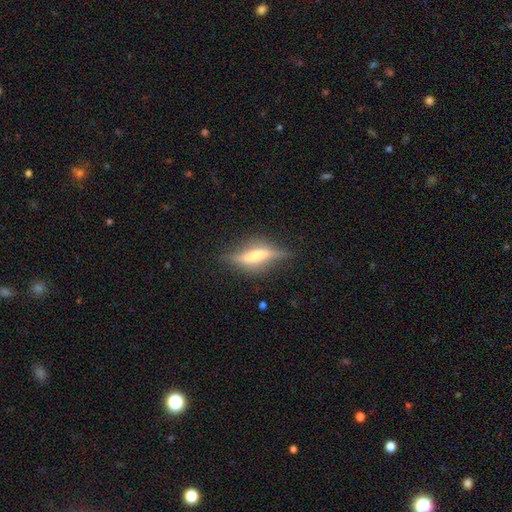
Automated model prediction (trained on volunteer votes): smooth-or-featured: featured or disk: 64% | smooth: 29% | star or artifact: 7%
  disk-edge-on: yes: 81% | no: 19%
    edge-on-bulge: rounded: 67% | boxy: 19% | none: 14%
  merging: none: 71% | minor disturbance: 20% | major disturbance: 8% | merger: 2%